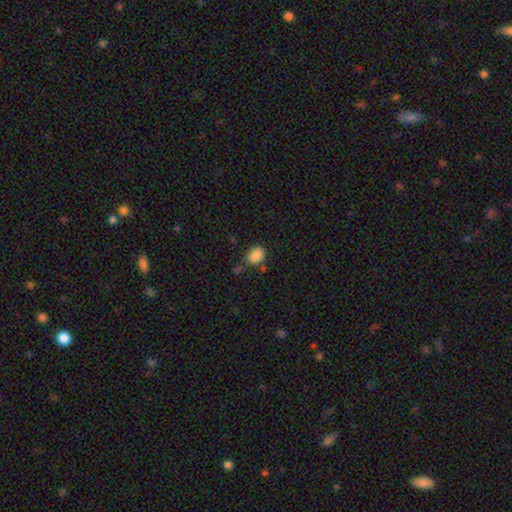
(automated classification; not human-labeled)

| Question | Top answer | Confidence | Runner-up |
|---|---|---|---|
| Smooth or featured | smooth | 86% | star or artifact (10%) |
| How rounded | in between | 60% | round (38%) |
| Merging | none | 63% | minor disturbance (21%) |